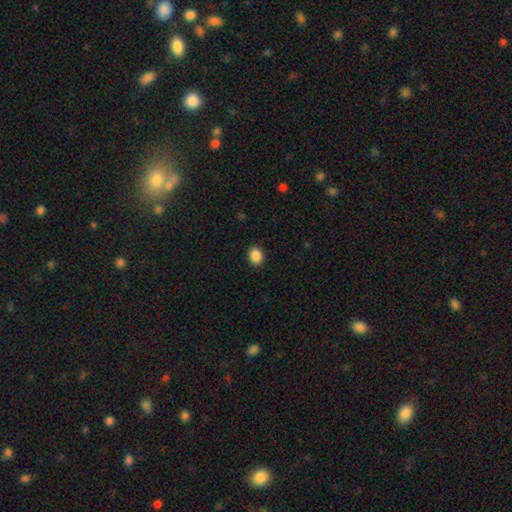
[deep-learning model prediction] smooth-or-featured: smooth: 88% | star or artifact: 9% | featured or disk: 3%
  how-rounded: round: 55% | in between: 44% | cigar-shaped: 1%
  merging: none: 90% | minor disturbance: 7% | major disturbance: 2% | merger: 1%